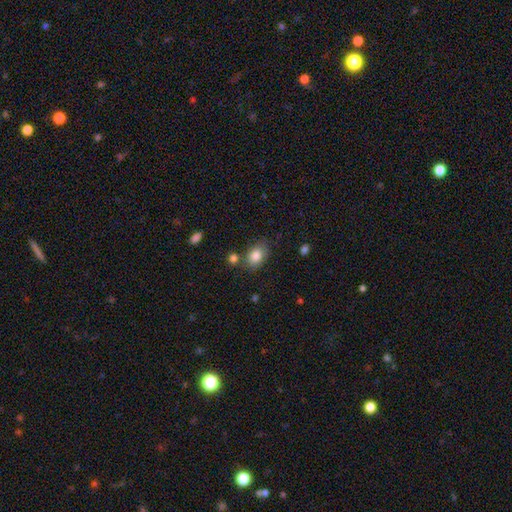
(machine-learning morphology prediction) The model was most divided on "merging": none: 71%, minor disturbance: 16%, merger: 9%, major disturbance: 4%. More confident: smooth or featured — smooth (84%); how rounded — in between (77%).